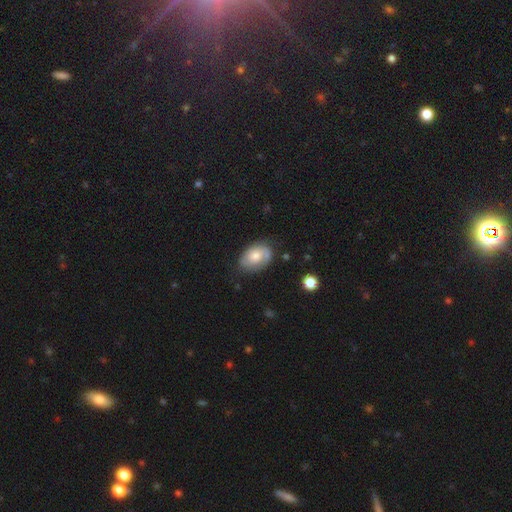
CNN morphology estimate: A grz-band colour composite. It shows a featured or disk galaxy (49%). Merging: none (66%).